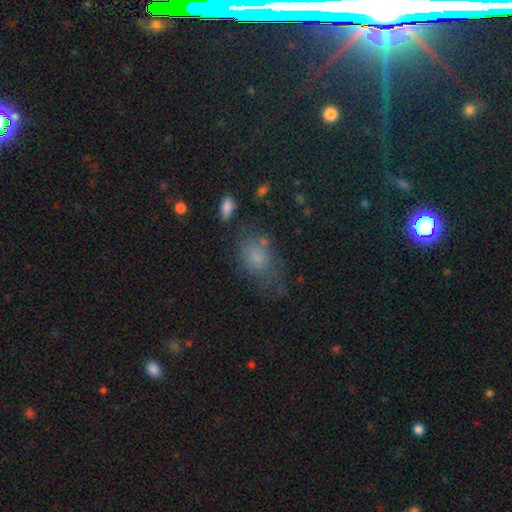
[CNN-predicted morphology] The model was most divided on "merging": none: 43%, minor disturbance: 28%, major disturbance: 21%, merger: 7%. More confident: how rounded — in between (81%); smooth or featured — smooth (71%).